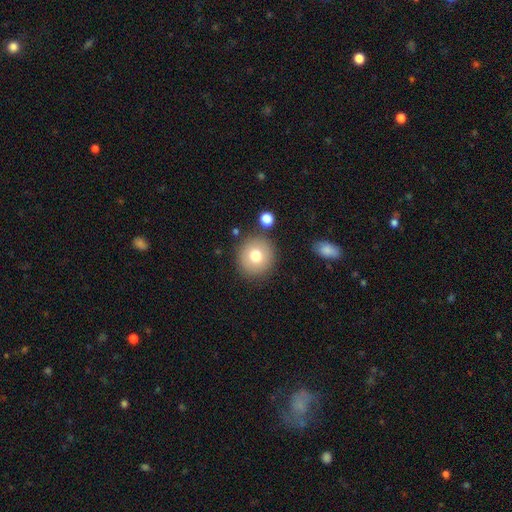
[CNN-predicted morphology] Overall: smooth (76%). How rounded: round (92%). Merging: none (85%).